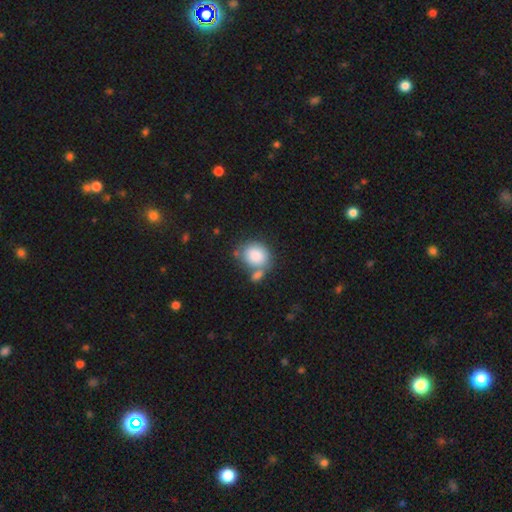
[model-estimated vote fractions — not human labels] smooth 85%, featured or disk 8%, star or artifact 7%. Down the decision tree: how rounded — round (59%); merging — none (47%).